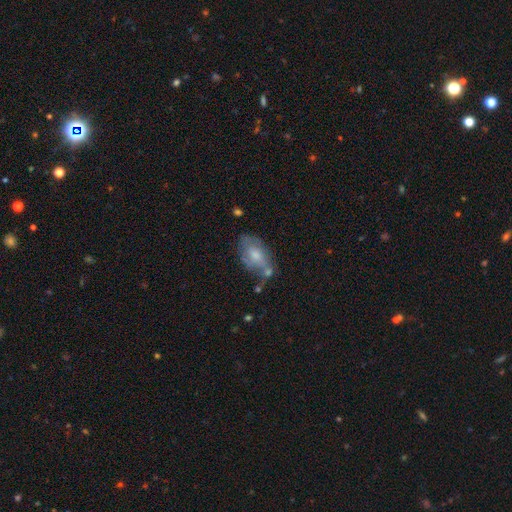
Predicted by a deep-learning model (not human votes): Smooth or featured?
  - smooth: 52% *
  - featured or disk: 41%
  - star or artifact: 8%
How rounded?
  - in between: 90% *
  - round: 7%
  - cigar-shaped: 4%
Merging?
  - none: 41% *
  - minor disturbance: 29%
  - major disturbance: 15%
  - merger: 15%